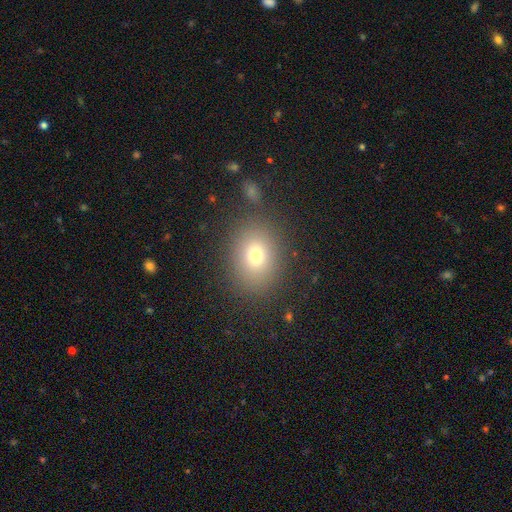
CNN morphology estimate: A smooth galaxy with no disk features (73%) that is in between round and cigar-shaped (58%). Merging: none (83%).